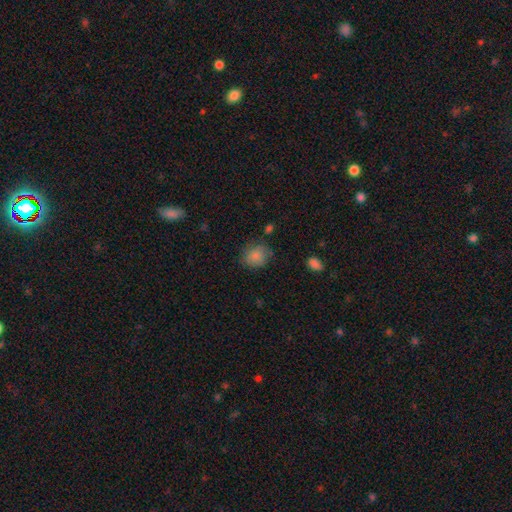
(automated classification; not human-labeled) Smooth or featured: smooth — 85% (star or artifact — 9%)
How rounded: round — 61% (in between — 38%)
Merging: none — 69% (minor disturbance — 22%)